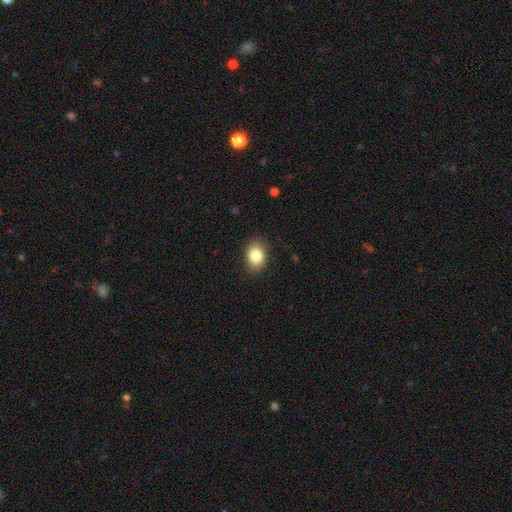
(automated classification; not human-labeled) Q: Smooth or featured?
A: smooth (85%); runner-up: star or artifact (8%)
Q: How rounded?
A: in between (76%); runner-up: round (23%)
Q: Merging?
A: none (86%); runner-up: minor disturbance (11%)